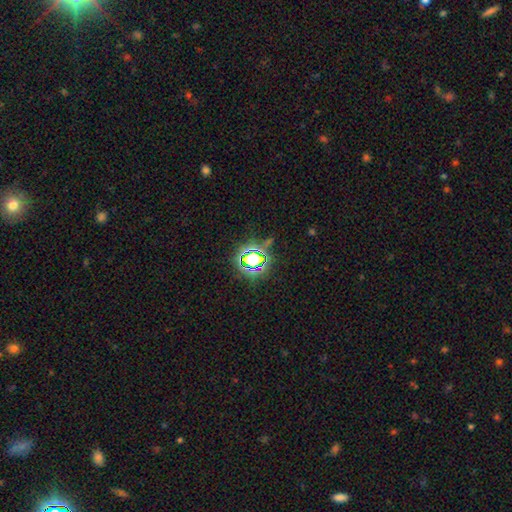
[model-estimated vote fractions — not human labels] Q: Smooth or featured?
A: star or artifact (66%); runner-up: smooth (23%)